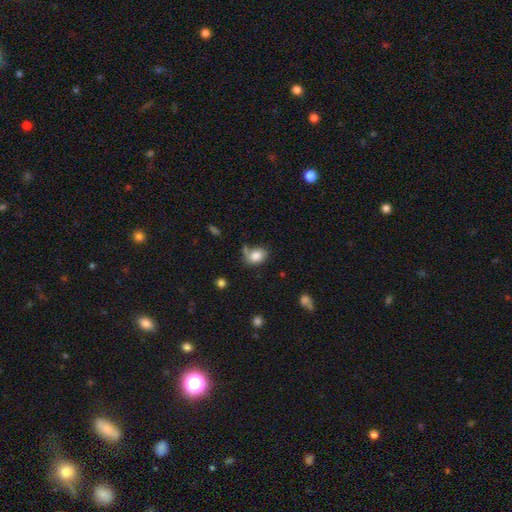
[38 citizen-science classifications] smooth 76%, featured or disk 16%, star or artifact 8%. Down the decision tree: how rounded — in between (83%); merging — none (54%).